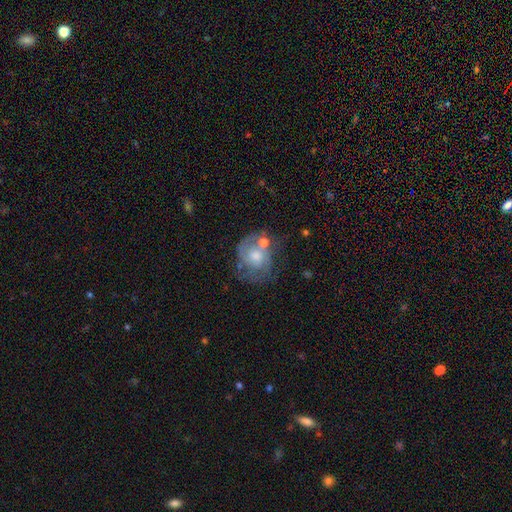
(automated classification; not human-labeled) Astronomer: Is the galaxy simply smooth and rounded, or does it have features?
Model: featured or disk — 68%.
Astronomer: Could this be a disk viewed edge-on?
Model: no — 98%.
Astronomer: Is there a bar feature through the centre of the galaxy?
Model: no — 72%.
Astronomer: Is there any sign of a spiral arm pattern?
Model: yes — 83%.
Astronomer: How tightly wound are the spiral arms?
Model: tight — 46% (runner-up: medium, 40%).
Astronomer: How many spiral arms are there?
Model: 2 — 51% (runner-up: can't tell, 26%).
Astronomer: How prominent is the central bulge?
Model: moderate — 59%.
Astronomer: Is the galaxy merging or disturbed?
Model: none — 51%.